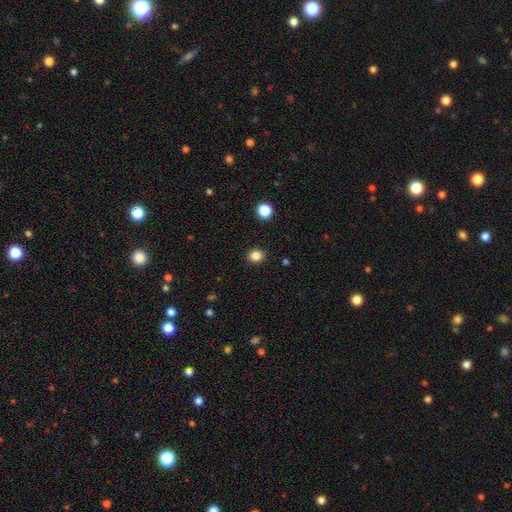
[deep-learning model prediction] Smooth or featured: smooth — 84% (star or artifact — 12%)
How rounded: round — 76% (in between — 24%)
Merging: none — 91% (minor disturbance — 6%)